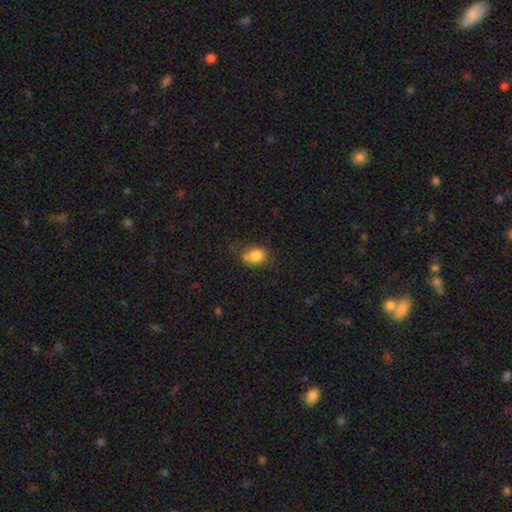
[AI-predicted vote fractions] smooth 82%, star or artifact 10%, featured or disk 8%. Down the decision tree: how rounded — round (57%); merging — none (49%).